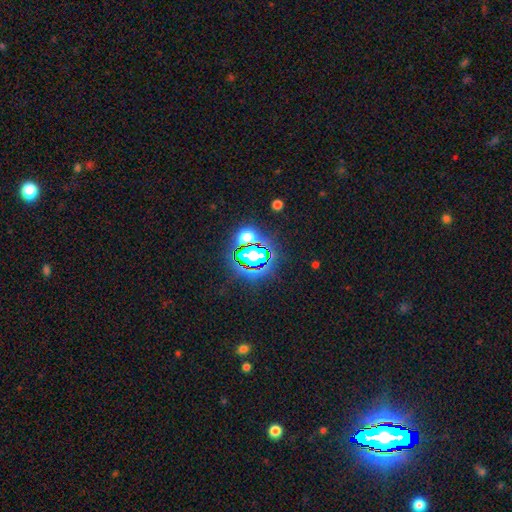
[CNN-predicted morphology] A star or artifact, not a galaxy (80%).